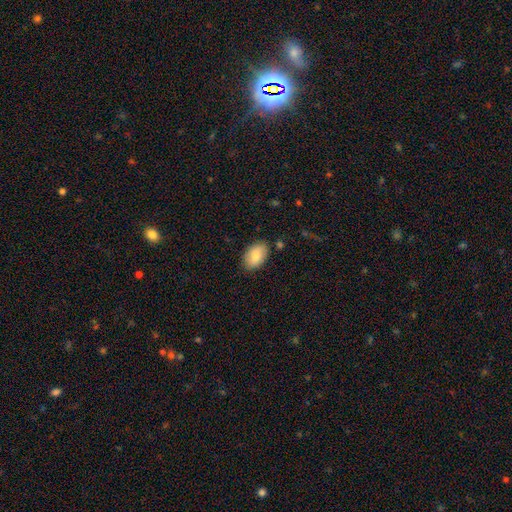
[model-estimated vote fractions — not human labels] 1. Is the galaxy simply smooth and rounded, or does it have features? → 83% smooth, 10% featured or disk, 7% star or artifact.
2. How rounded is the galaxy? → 92% in between, 7% round, 1% cigar-shaped.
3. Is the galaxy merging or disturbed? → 83% none, 12% minor disturbance, 2% major disturbance, 2% merger.